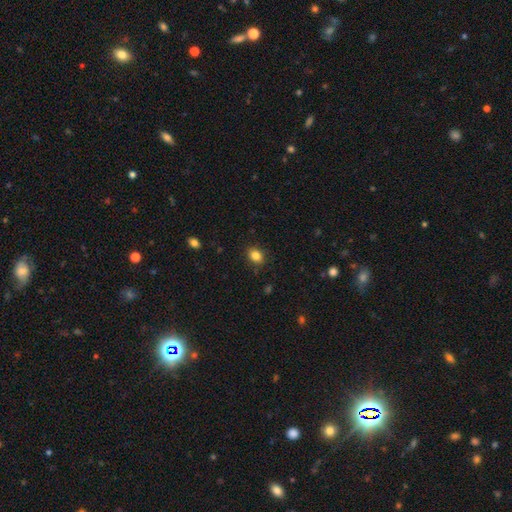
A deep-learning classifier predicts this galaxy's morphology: Smooth or featured: smooth — 84% (star or artifact — 11%)
How rounded: in between — 56% (round — 43%)
Merging: none — 87% (minor disturbance — 9%)